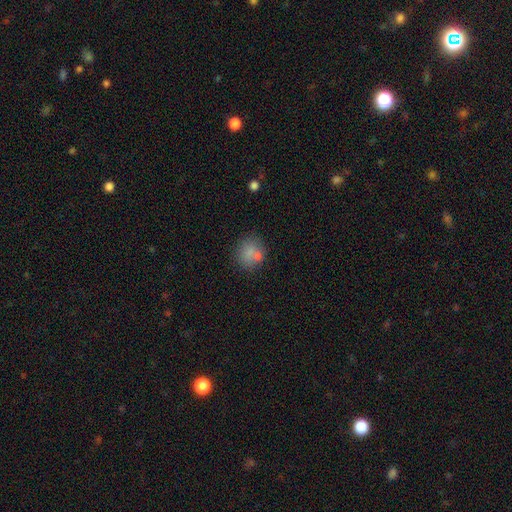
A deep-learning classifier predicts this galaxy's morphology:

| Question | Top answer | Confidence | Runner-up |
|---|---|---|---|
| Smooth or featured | smooth | 73% | star or artifact (16%) |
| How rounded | round | 82% | in between (17%) |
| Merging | none | 71% | merger (13%) |